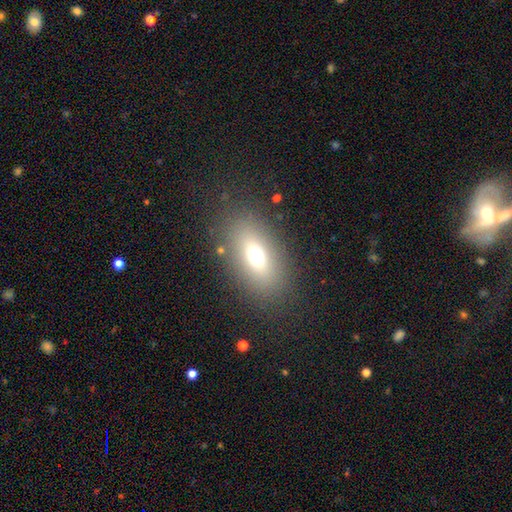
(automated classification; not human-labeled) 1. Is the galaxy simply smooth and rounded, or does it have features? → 68% smooth, 19% featured or disk, 13% star or artifact.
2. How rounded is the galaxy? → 84% in between, 9% round, 8% cigar-shaped.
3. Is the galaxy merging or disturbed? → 83% none, 10% minor disturbance, 5% major disturbance, 2% merger.